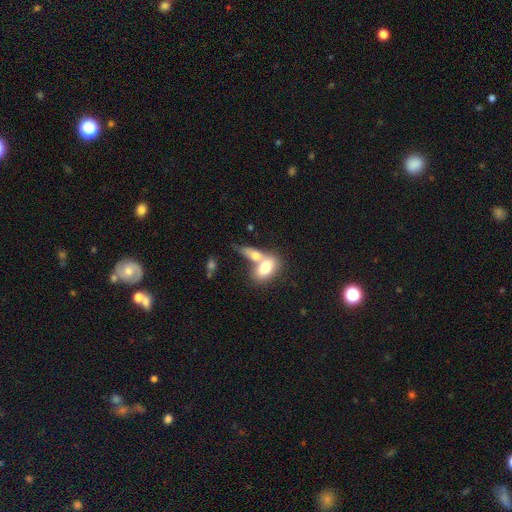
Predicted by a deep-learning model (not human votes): smooth 71%, featured or disk 22%, star or artifact 7%. Down the decision tree: how rounded — in between (81%); merging — merger (66%).